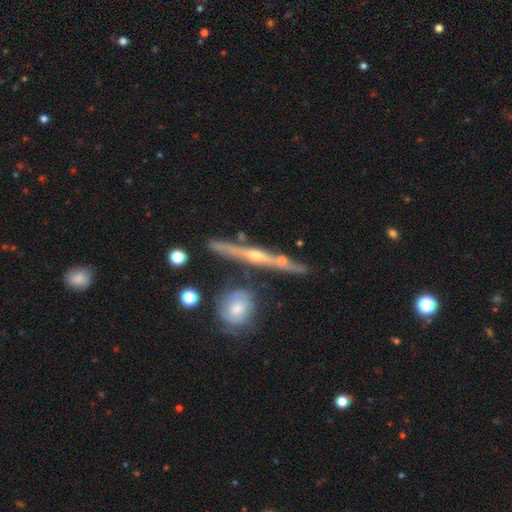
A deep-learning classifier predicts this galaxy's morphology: Smooth or featured: featured or disk — 76% (smooth — 17%)
Edge-on disk: yes — 94% (no — 6%)
Edge-on bulge: rounded — 79% (none — 16%)
Merging: none — 76% (minor disturbance — 12%)